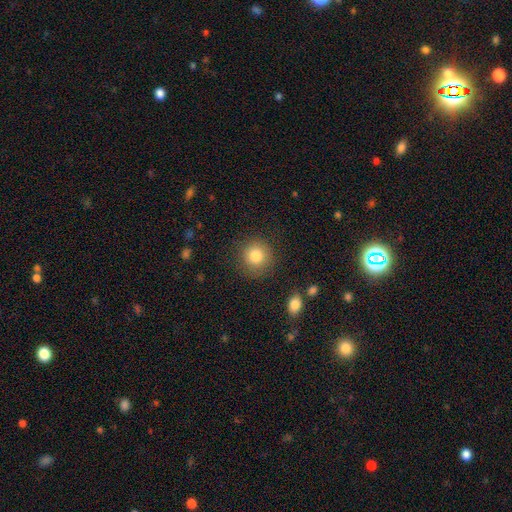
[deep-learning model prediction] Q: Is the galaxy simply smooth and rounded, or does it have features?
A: smooth — 83%.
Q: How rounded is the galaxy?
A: round — 92%.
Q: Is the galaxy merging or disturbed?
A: none — 85%.